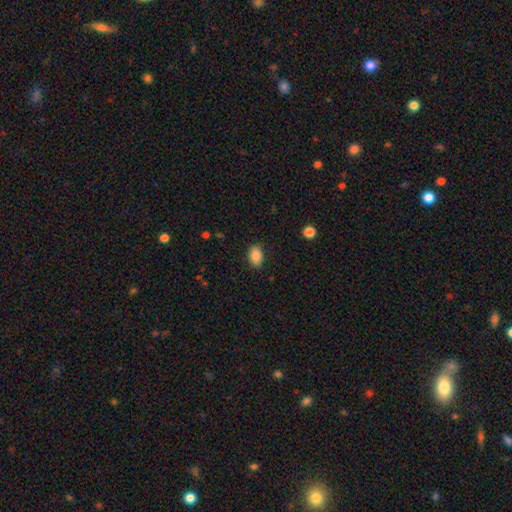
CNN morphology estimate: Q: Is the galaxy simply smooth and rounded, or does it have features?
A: smooth — 85%.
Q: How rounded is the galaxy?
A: in between — 87%.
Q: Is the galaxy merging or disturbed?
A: none — 87%.